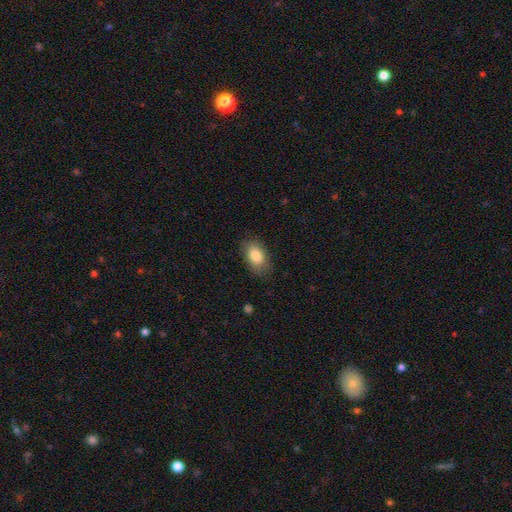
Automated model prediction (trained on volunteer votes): Overall: smooth (84%). How rounded: in between (90%). Merging: none (77%).